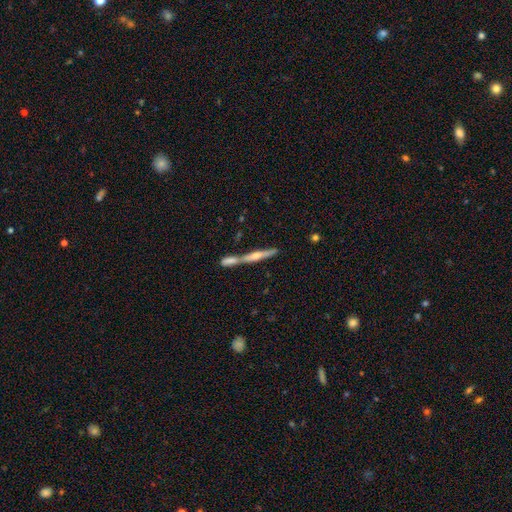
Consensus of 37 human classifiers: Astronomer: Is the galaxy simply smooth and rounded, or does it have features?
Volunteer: featured or disk — 89%.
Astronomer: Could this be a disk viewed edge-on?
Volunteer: yes — 97%.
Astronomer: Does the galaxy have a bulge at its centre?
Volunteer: rounded — 88%.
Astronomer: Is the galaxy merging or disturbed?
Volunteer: none — 46% (runner-up: merger, 40%).